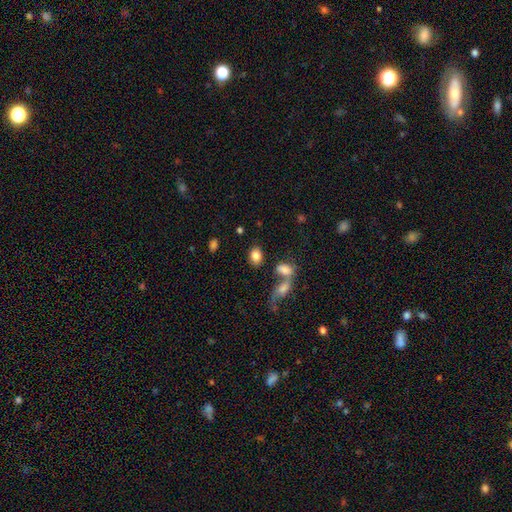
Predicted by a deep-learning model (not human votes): Overall: smooth (82%). How rounded: in between (76%). Merging: none (70%).